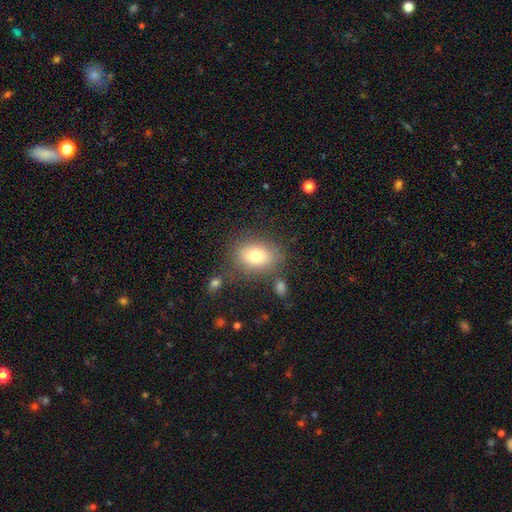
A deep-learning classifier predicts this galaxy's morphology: A smooth galaxy with no disk features (76%) that is in between round and cigar-shaped (73%). Merging: none (76%).